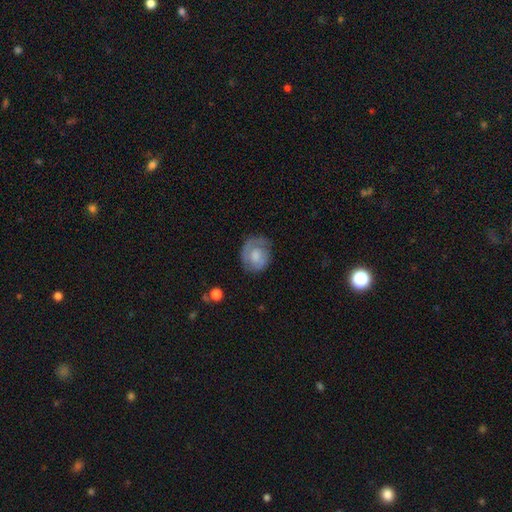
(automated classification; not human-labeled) Smooth or featured: smooth — 53% (featured or disk — 40%)
How rounded: round — 70% (in between — 29%)
Merging: none — 61% (minor disturbance — 25%)